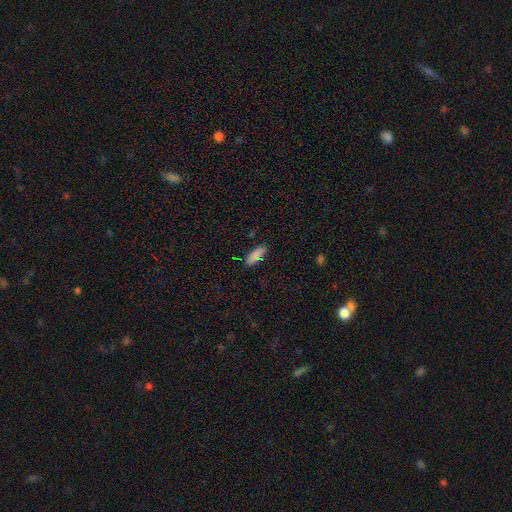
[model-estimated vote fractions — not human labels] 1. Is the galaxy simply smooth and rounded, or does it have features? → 83% smooth, 11% star or artifact, 6% featured or disk.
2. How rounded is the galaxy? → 73% in between, 25% cigar-shaped, 2% round.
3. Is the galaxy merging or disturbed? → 84% none, 12% minor disturbance, 3% major disturbance, 2% merger.